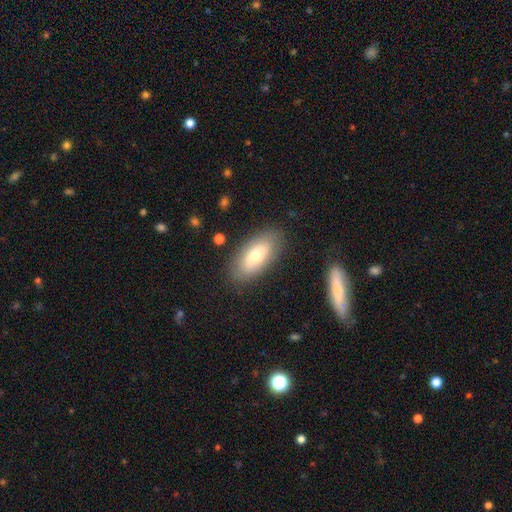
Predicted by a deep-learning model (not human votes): This appears to be a smooth galaxy with no disk features (65%) that is in between round and cigar-shaped (90%). Merging: none (83%).